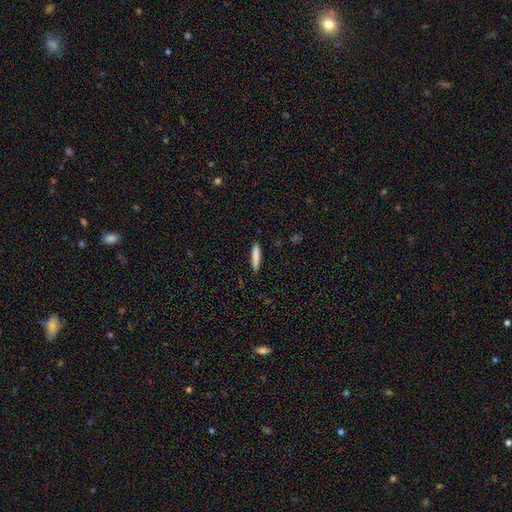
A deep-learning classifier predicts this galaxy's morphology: The model was most divided on "smooth or featured": smooth: 83%, featured or disk: 10%, star or artifact: 6%. More confident: merging — none (89%); how rounded — cigar-shaped (88%).